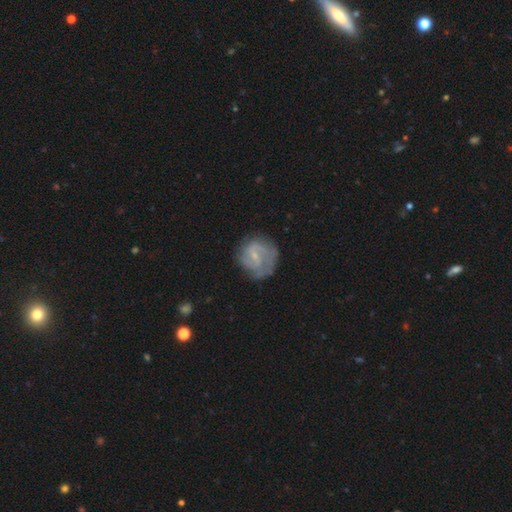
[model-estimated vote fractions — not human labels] smooth-or-featured: featured or disk: 73% | smooth: 21% | star or artifact: 6%
  disk-edge-on: no: 98% | yes: 2%
    bar: weak: 55% | no: 33% | strong: 12%
    has-spiral-arms: yes: 89% | no: 11%
      spiral-winding: tight: 43% | medium: 40% | loose: 17%
      spiral-arm-count: 2: 55% | can't tell: 22% | 1: 10% | 3: 8% | 4: 2% | more than 4: 2%
    bulge-size: small: 70% | moderate: 19% | none: 9% | large: 1% | dominant: 1%
  merging: none: 63% | minor disturbance: 23% | major disturbance: 13% | merger: 2%